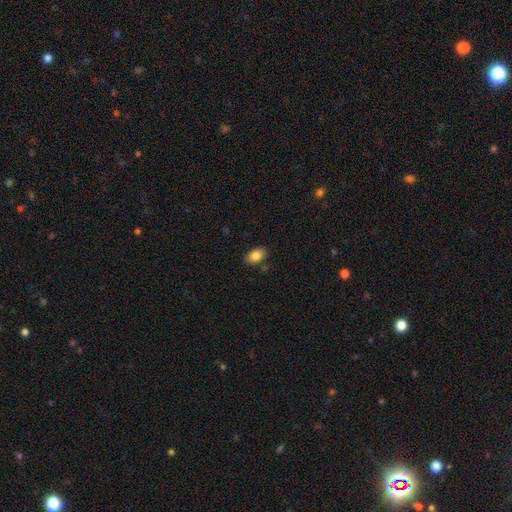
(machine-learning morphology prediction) Q: Smooth or featured?
A: smooth (84%); runner-up: featured or disk (8%)
Q: How rounded?
A: in between (88%); runner-up: round (11%)
Q: Merging?
A: none (85%); runner-up: minor disturbance (10%)